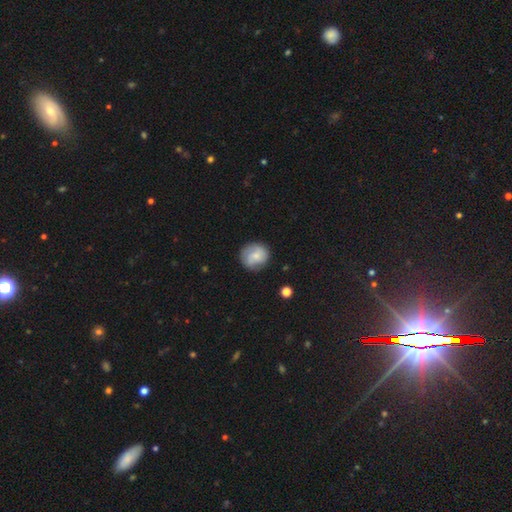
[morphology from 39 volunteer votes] Smooth or featured? smooth (49%, tied with featured or disk)
How rounded? round (79%)
Merging? none (74%)